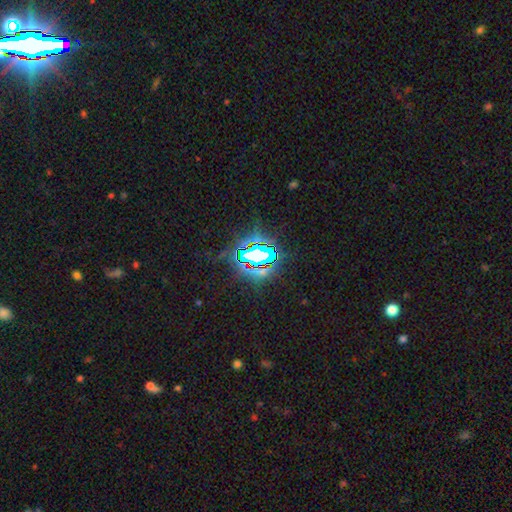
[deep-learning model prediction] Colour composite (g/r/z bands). It shows a star or artifact, not a galaxy (76%).